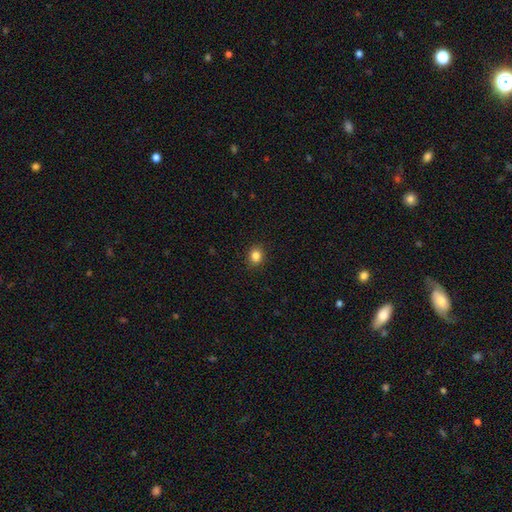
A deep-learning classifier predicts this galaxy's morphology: Smooth or featured: smooth — 84% (star or artifact — 11%)
How rounded: round — 70% (in between — 29%)
Merging: none — 91% (minor disturbance — 6%)